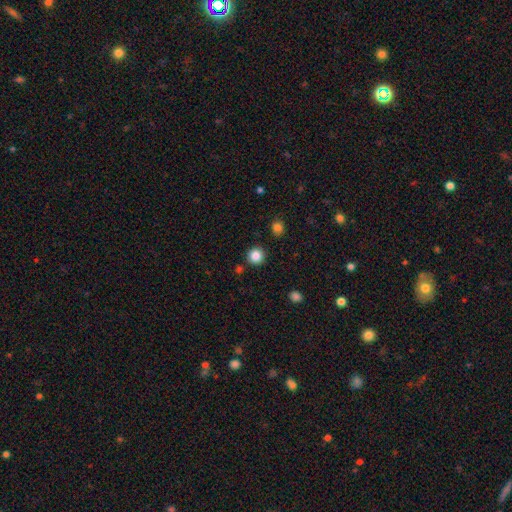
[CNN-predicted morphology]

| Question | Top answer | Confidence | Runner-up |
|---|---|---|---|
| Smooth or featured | smooth | 85% | star or artifact (11%) |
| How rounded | round | 94% | in between (5%) |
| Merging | none | 89% | minor disturbance (6%) |